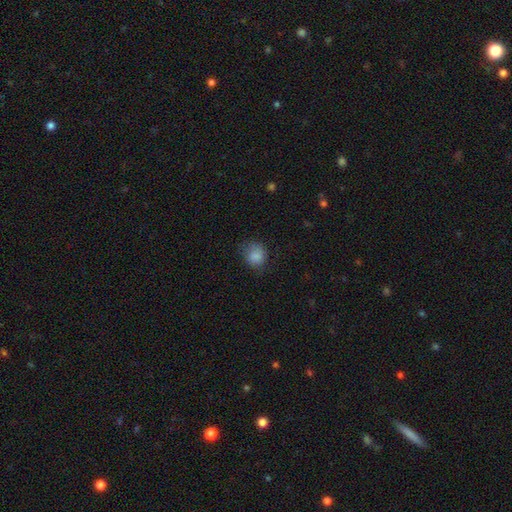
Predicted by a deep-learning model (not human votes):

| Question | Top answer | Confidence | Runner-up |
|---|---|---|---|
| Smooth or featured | smooth | 84% | star or artifact (9%) |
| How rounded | round | 73% | in between (26%) |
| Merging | none | 69% | minor disturbance (23%) |